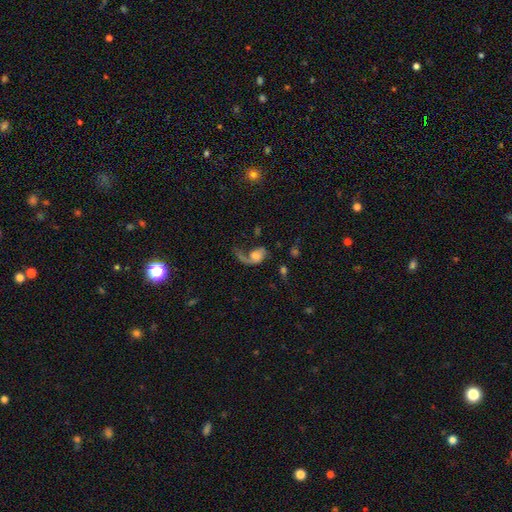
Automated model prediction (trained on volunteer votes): smooth_or_featured: featured or disk (p=0.60) [alt: smooth p=0.30]
disk_edge_on: no (p=0.97) [alt: yes p=0.03]
bar: no (p=0.73) [alt: weak p=0.22]
has_spiral_arms: yes (p=0.79) [alt: no p=0.21]
bulge_size: moderate (p=0.36) [alt: small p=0.29]
merging: major disturbance (p=0.51) [alt: none p=0.26]